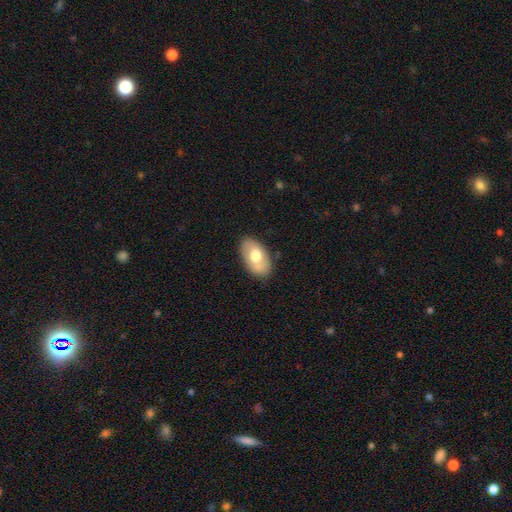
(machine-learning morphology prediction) smooth-or-featured: smooth: 66% | featured or disk: 27% | star or artifact: 6%
  how-rounded: in between: 93% | round: 6% | cigar-shaped: 2%
  merging: none: 77% | minor disturbance: 16% | major disturbance: 4% | merger: 3%